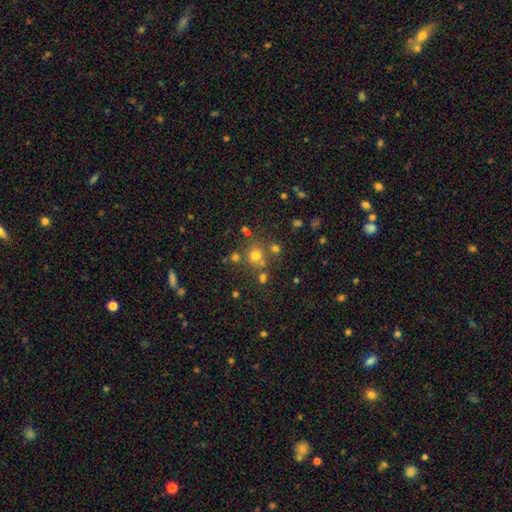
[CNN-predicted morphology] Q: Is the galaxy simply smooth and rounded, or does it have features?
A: smooth — 67%.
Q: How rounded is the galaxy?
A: round — 87%.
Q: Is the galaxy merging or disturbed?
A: none — 71%.